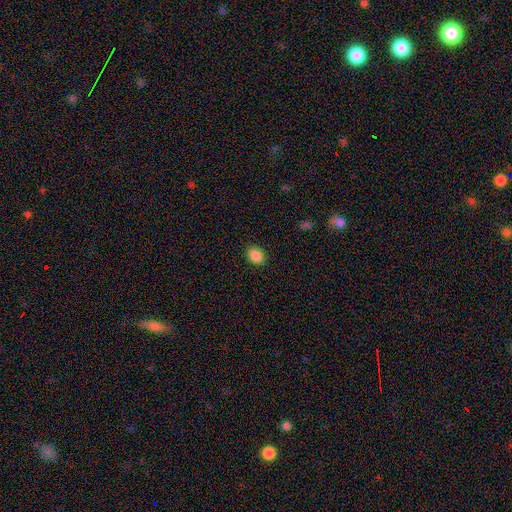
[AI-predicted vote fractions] smooth-or-featured: smooth: 88% | star or artifact: 9% | featured or disk: 3%
  how-rounded: round: 54% | in between: 45% | cigar-shaped: 1%
  merging: none: 90% | minor disturbance: 7% | major disturbance: 2% | merger: 1%